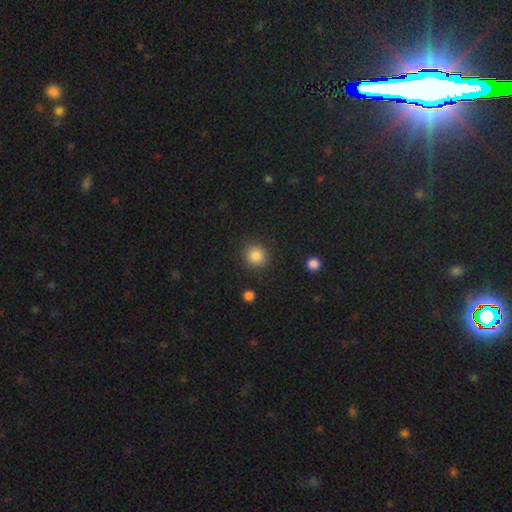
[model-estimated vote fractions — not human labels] Smooth or featured? smooth (86%)
How rounded? round (90%)
Merging? none (89%)